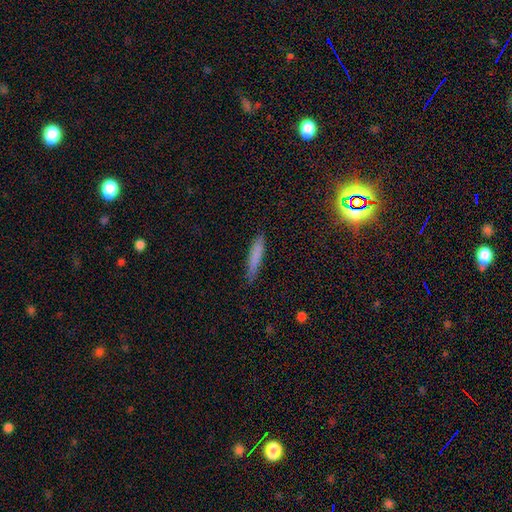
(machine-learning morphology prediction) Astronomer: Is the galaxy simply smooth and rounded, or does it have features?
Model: smooth — 78%.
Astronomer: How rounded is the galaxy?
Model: cigar-shaped — 89%.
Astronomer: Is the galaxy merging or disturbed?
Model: none — 82%.